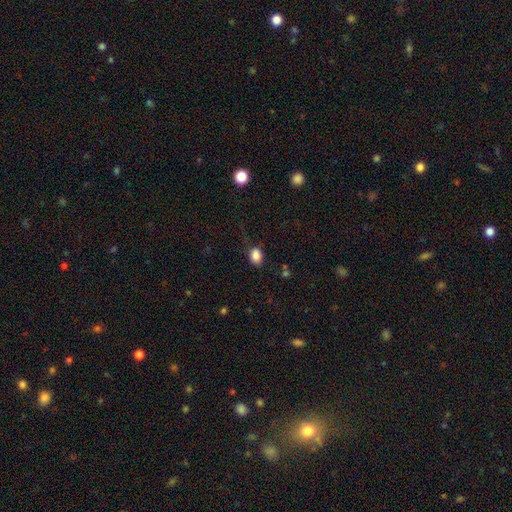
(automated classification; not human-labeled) Smooth or featured: smooth — 85% (star or artifact — 9%)
How rounded: in between — 74% (round — 25%)
Merging: none — 72% (minor disturbance — 19%)